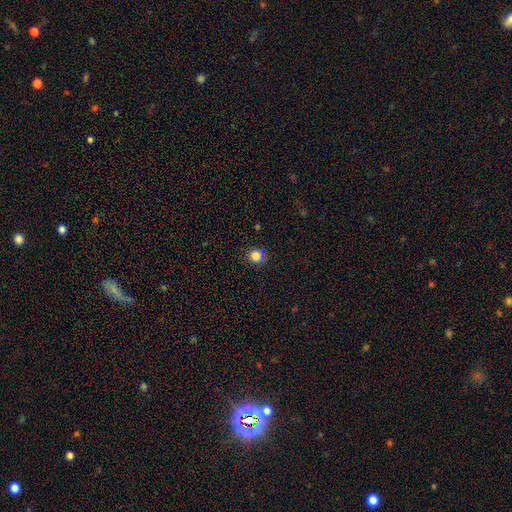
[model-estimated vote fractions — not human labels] Q: Smooth or featured?
A: smooth (77%); runner-up: star or artifact (16%)
Q: How rounded?
A: round (89%); runner-up: in between (10%)
Q: Merging?
A: none (80%); runner-up: minor disturbance (10%)